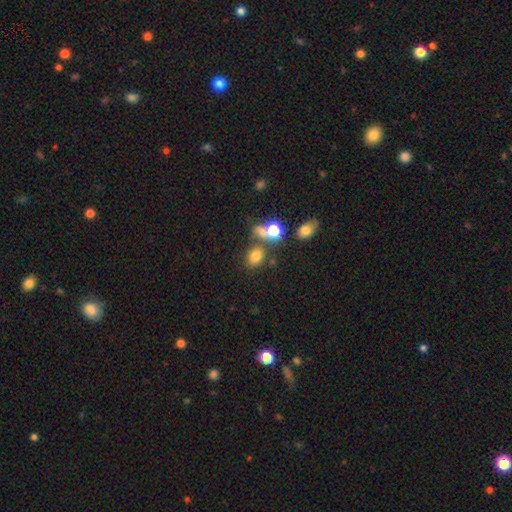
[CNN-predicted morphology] This appears to be a smooth galaxy with no disk features (75%) that is in between round and cigar-shaped (50%). Merging: none (66%).